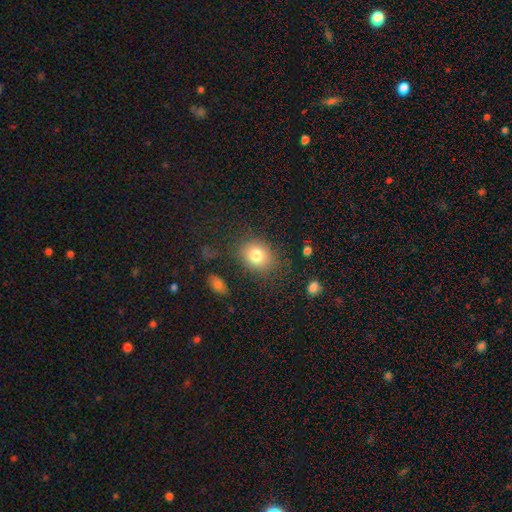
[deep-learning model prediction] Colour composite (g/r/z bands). It shows a smooth galaxy with no disk features (80%) that is in between round and cigar-shaped (52%). Merging: none (80%).